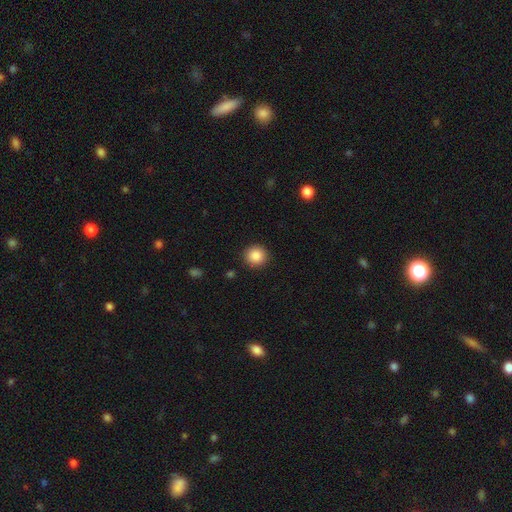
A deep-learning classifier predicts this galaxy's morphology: The model was most divided on "smooth or featured": smooth: 88%, star or artifact: 9%, featured or disk: 3%. More confident: how rounded — round (93%); merging — none (91%).